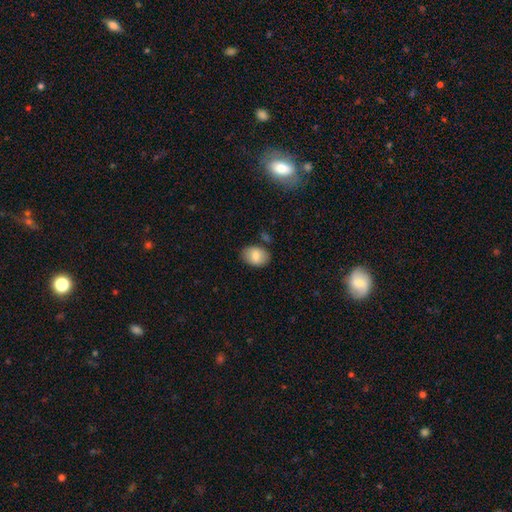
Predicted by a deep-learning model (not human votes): smooth_or_featured: smooth (p=0.83) [alt: featured or disk p=0.10]
how_rounded: in between (p=0.80) [alt: round p=0.19]
merging: none (p=0.78) [alt: minor disturbance p=0.15]